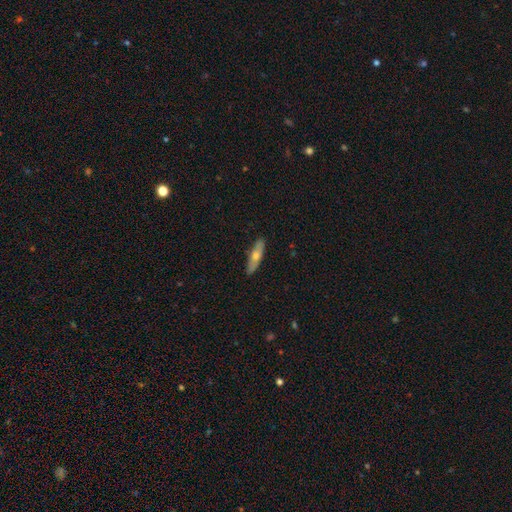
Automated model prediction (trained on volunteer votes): This is possibly a smooth galaxy (51%). How rounded: likely cigar-shaped (71%). Merging: clearly none (88%).